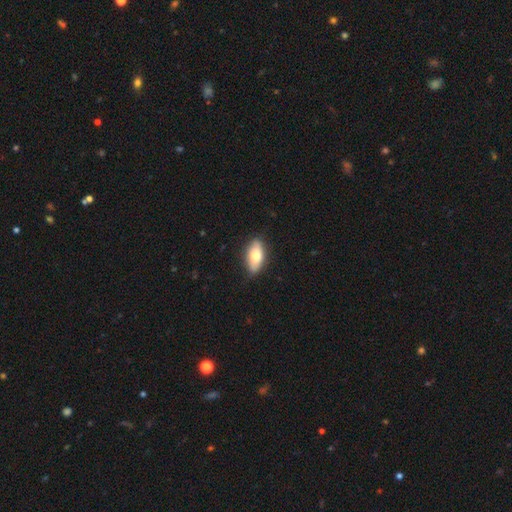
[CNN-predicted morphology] The model was most divided on "smooth or featured": smooth: 75%, featured or disk: 19%, star or artifact: 6%. More confident: how rounded — in between (88%); merging — none (84%).